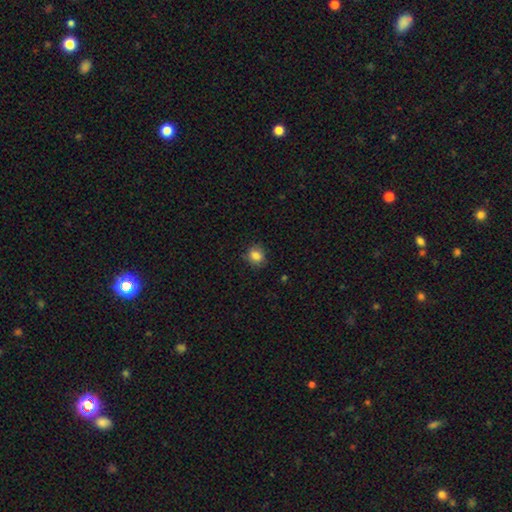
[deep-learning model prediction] smooth 84%, star or artifact 10%, featured or disk 6%. Down the decision tree: how rounded — round (72%); merging — none (80%).